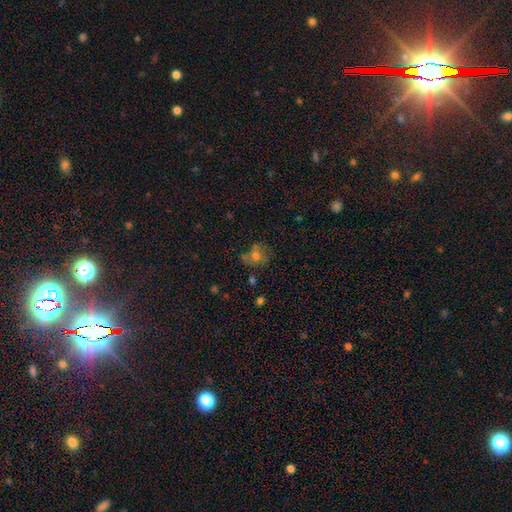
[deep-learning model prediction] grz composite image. It shows a smooth galaxy with no disk features (53%) that is round (66%). Merging: none (53%).